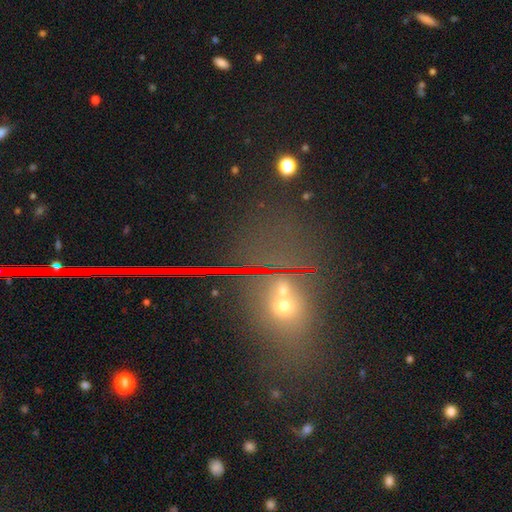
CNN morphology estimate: star or artifact 54%, smooth 32%, featured or disk 15%.